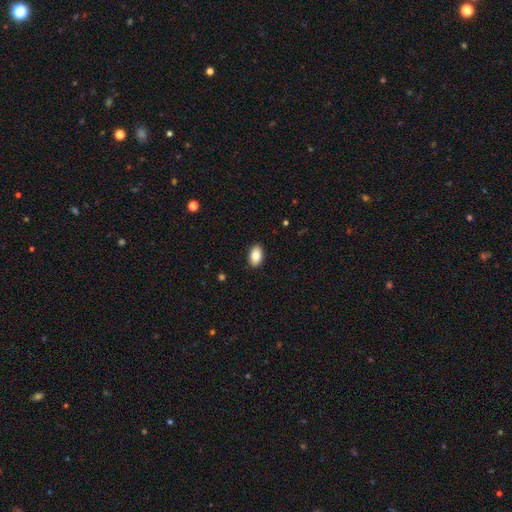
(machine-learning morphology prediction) Overall: smooth (83%). How rounded: in between (92%). Merging: none (90%).